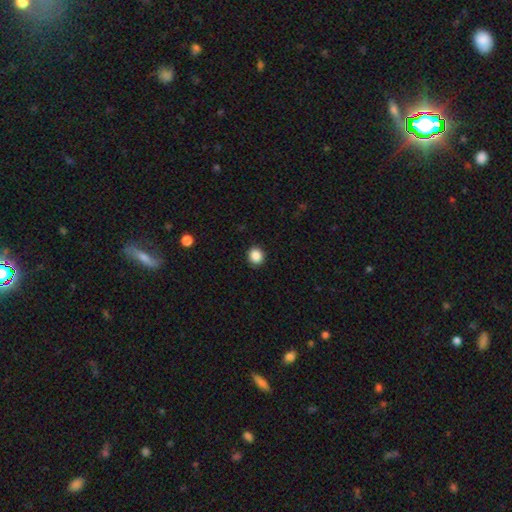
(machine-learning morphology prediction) Smooth or featured? smooth (87%)
How rounded? round (86%)
Merging? none (92%)